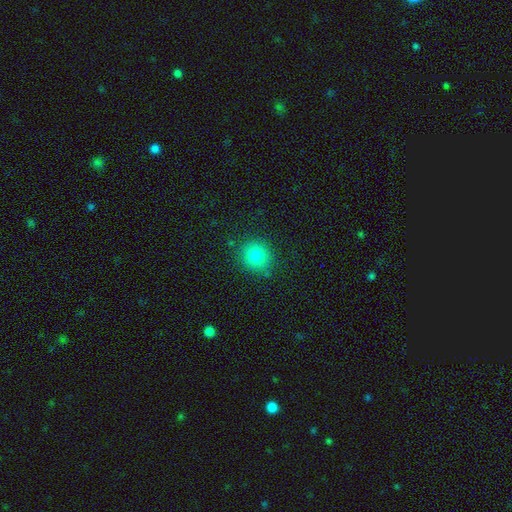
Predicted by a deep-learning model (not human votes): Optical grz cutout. It shows a smooth galaxy with no disk features (82%) that is round (88%). Merging: none (85%).